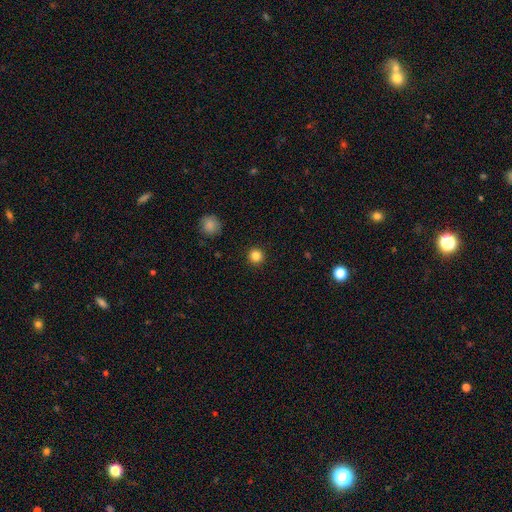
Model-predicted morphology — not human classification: The model was most divided on "smooth or featured": smooth: 84%, star or artifact: 12%, featured or disk: 4%. More confident: how rounded — round (95%); merging — none (93%).